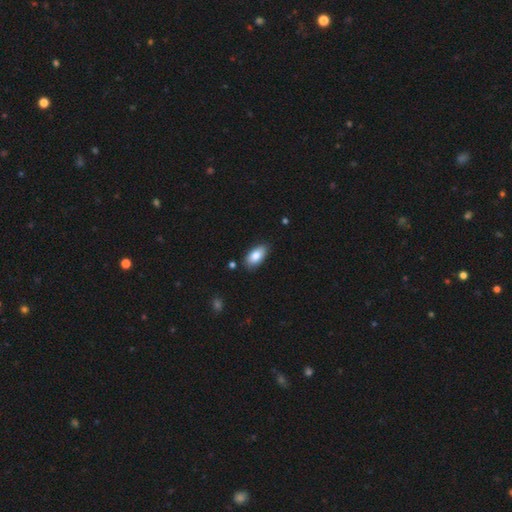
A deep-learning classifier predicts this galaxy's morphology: Smooth or featured? Predicted: smooth (p=0.83). How rounded? Predicted: in between (p=0.92). Merging? Predicted: none (p=0.81).